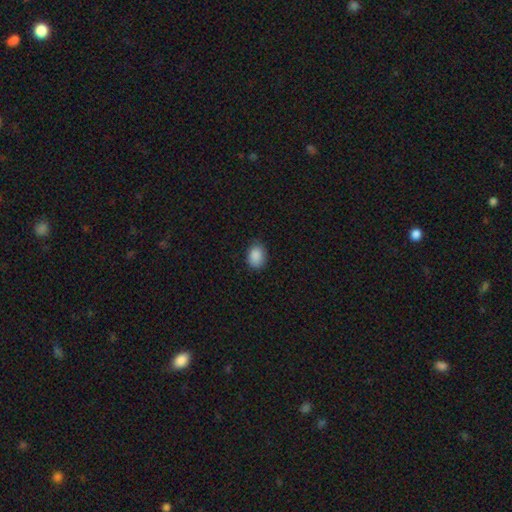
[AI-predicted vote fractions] smooth-or-featured: smooth: 89% | star or artifact: 8% | featured or disk: 3%
  how-rounded: in between: 67% | round: 32% | cigar-shaped: 1%
  merging: none: 79% | minor disturbance: 17% | major disturbance: 3% | merger: 1%